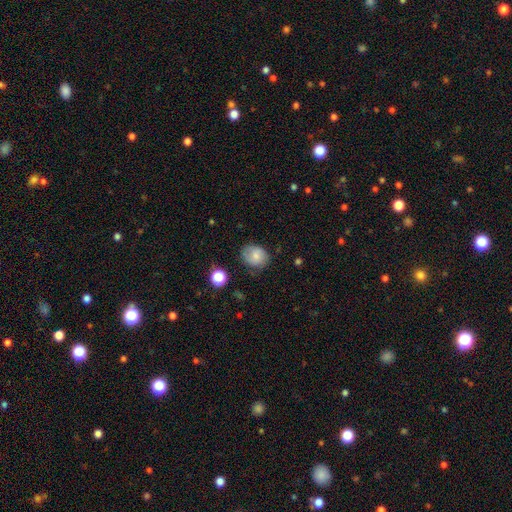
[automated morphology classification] smooth 70%, featured or disk 20%, star or artifact 10%. Down the decision tree: how rounded — round (55%); merging — none (69%).